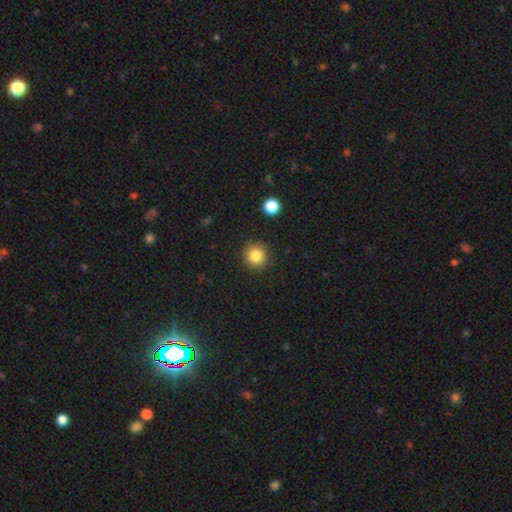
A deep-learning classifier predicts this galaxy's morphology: smooth 84%, star or artifact 11%, featured or disk 5%. Down the decision tree: how rounded — round (94%); merging — none (91%).